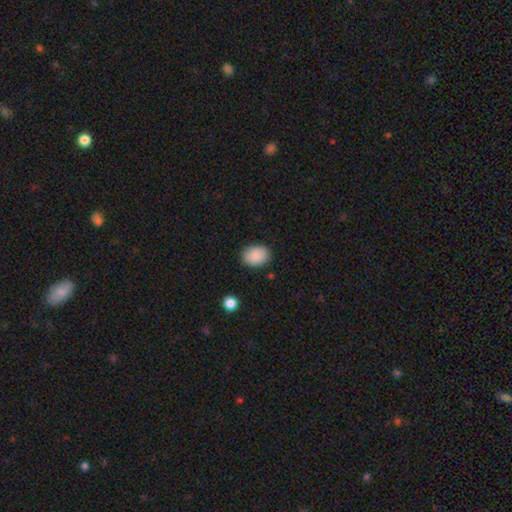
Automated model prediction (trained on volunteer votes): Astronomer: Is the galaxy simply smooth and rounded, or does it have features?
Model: smooth — 89%.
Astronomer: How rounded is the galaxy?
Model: in between — 65%.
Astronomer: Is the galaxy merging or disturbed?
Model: none — 86%.